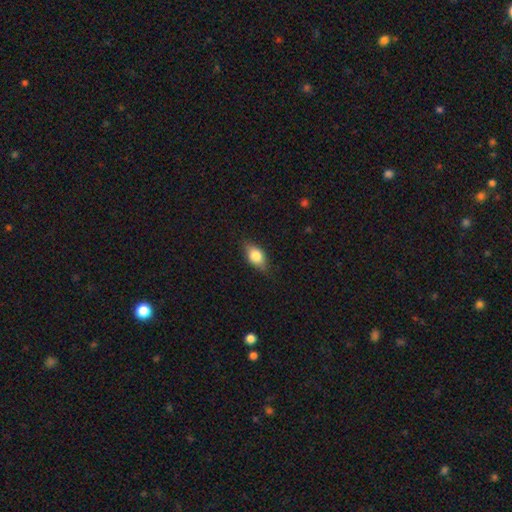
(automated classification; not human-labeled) Smooth or featured: smooth — 73% (featured or disk — 19%)
How rounded: in between — 82% (round — 12%)
Merging: none — 80% (minor disturbance — 16%)